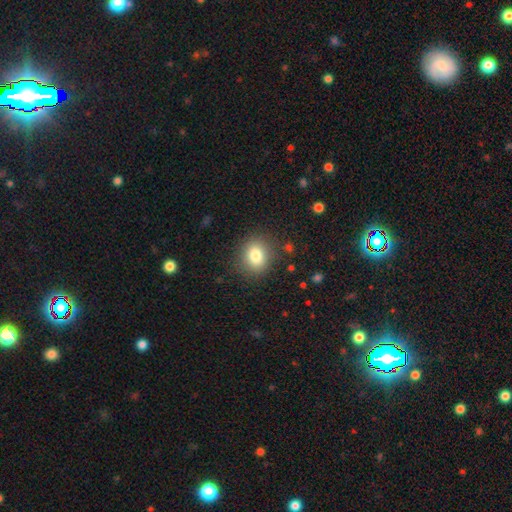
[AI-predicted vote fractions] Overall: smooth (81%). How rounded: round (53%; in between 46%). Merging: none (85%).